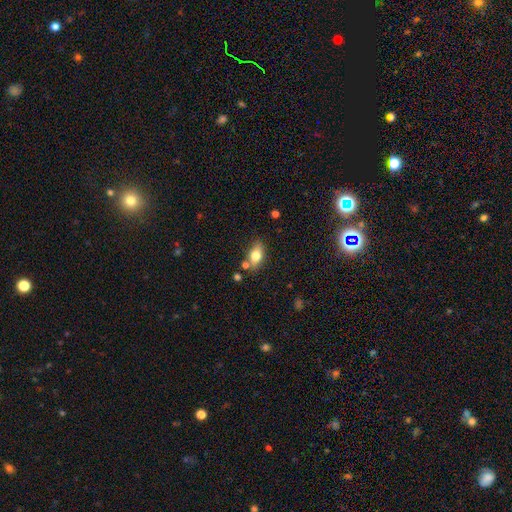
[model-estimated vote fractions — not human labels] A smooth galaxy with no disk features (73%) that is in between round and cigar-shaped (84%). Merging: none (73%).